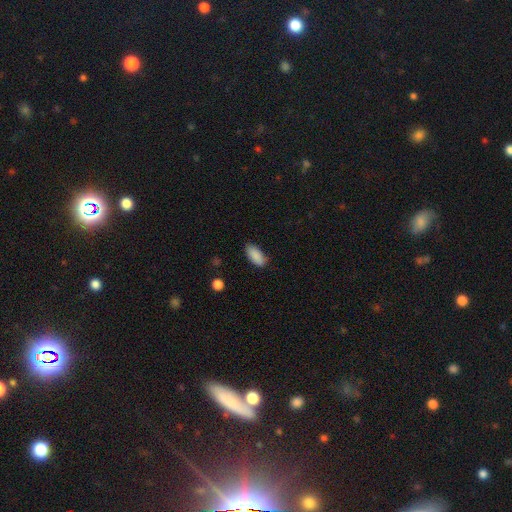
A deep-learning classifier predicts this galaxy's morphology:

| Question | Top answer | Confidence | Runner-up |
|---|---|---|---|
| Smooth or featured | smooth | 89% | star or artifact (7%) |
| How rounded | in between | 87% | cigar-shaped (11%) |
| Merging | none | 82% | minor disturbance (14%) |